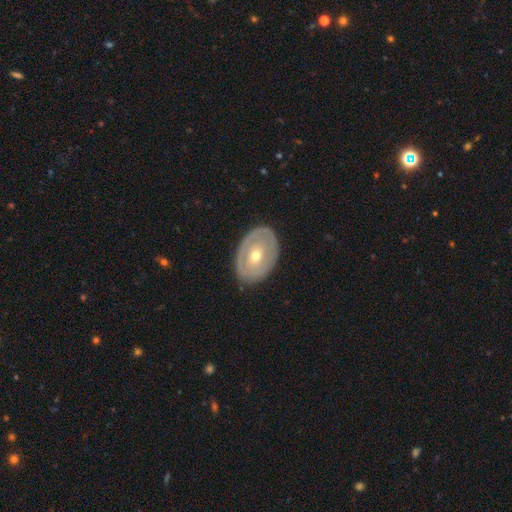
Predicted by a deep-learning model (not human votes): This is likely a featured or disk galaxy (61%). It is clearly not viewed edge-on (92%). Bar: clearly no (81%). Spiral arm pattern: likely no (73%). Central bulge: possibly moderate (51%). Merging: clearly none (81%).